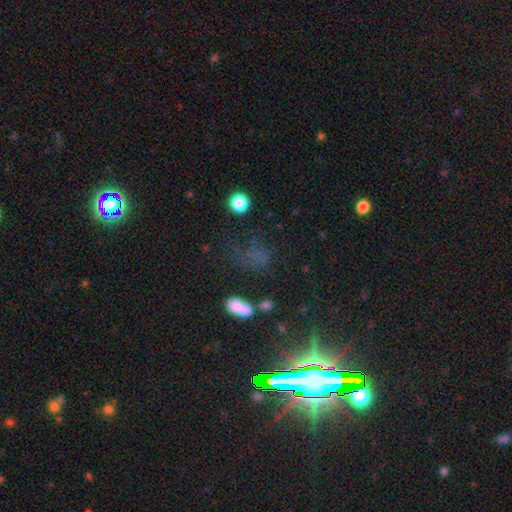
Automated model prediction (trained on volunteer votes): Q: Smooth or featured?
A: smooth (42%); tied with: star or artifact (42%)
Q: Merging?
A: none (50%); runner-up: major disturbance (24%)